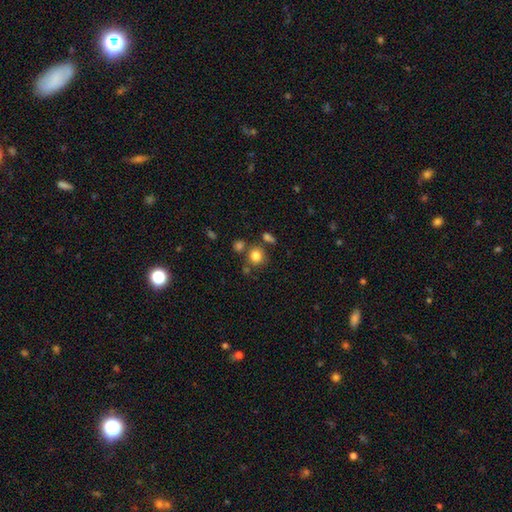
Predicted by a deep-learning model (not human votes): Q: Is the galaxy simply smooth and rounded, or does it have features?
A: smooth — 81%.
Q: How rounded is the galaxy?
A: round — 83%.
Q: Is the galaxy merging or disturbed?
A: none — 70%.